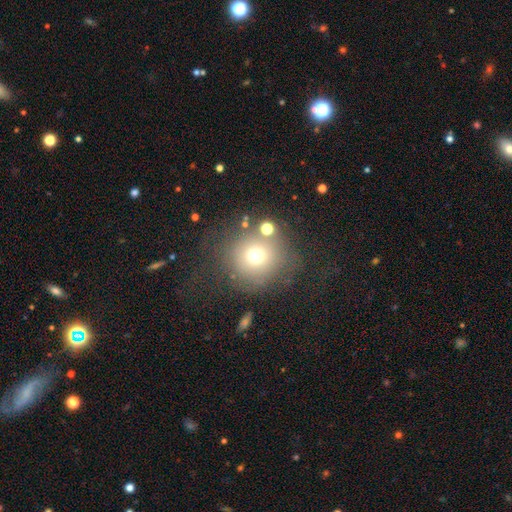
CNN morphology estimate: The model was most divided on "merging": none: 62%, minor disturbance: 16%, major disturbance: 14%, merger: 8%. More confident: how rounded — round (90%); smooth or featured — smooth (67%).